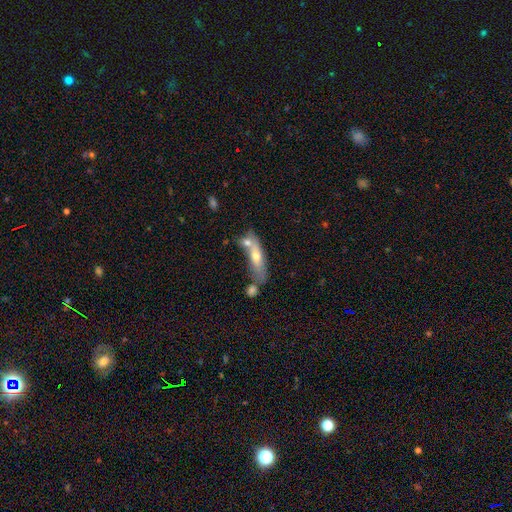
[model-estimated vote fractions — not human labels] Morphology: type=featured or disk (46%); merging=none (48%).